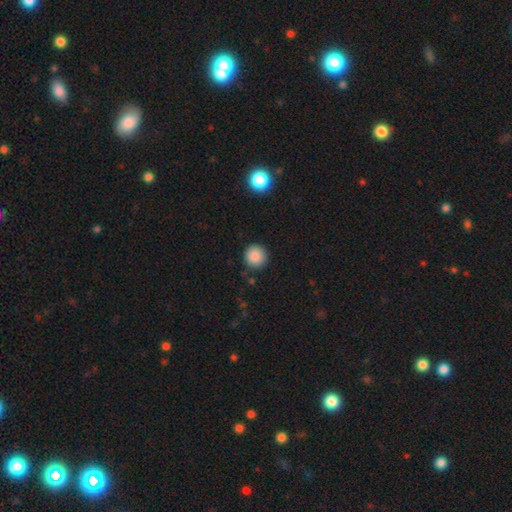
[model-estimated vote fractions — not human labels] A smooth galaxy with no disk features (87%) that is round (94%). Merging: none (90%).